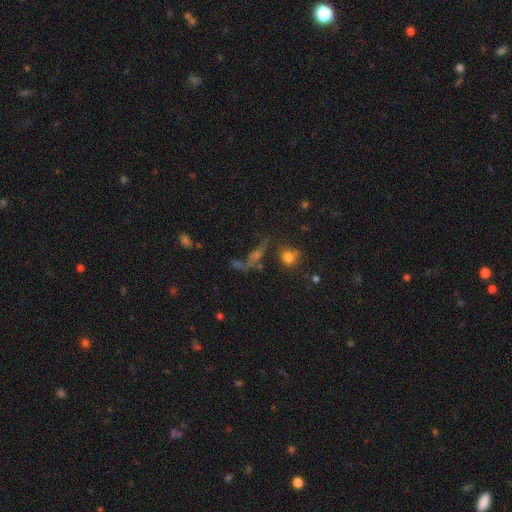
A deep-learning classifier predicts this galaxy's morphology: type=star or artifact (37%).